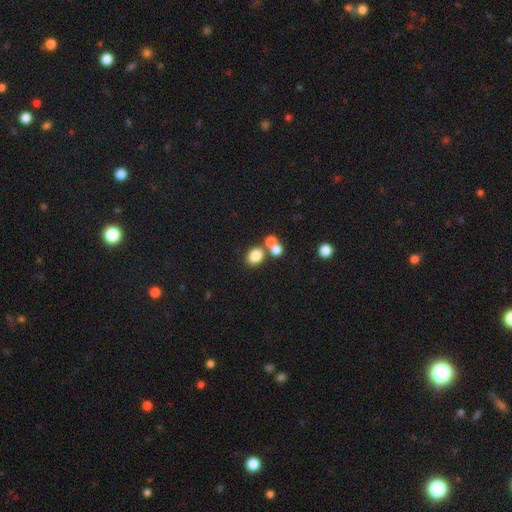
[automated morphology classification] Smooth or featured? Predicted: smooth (p=0.80). How rounded? Predicted: round (p=0.58). Merging? Predicted: none (p=0.58).